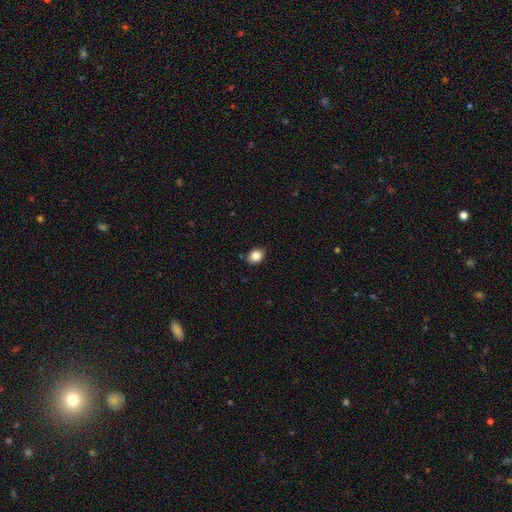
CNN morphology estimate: smooth-or-featured: smooth: 85% | star or artifact: 9% | featured or disk: 6%
  how-rounded: in between: 52% | round: 47% | cigar-shaped: 1%
  merging: none: 85% | minor disturbance: 11% | major disturbance: 2% | merger: 1%